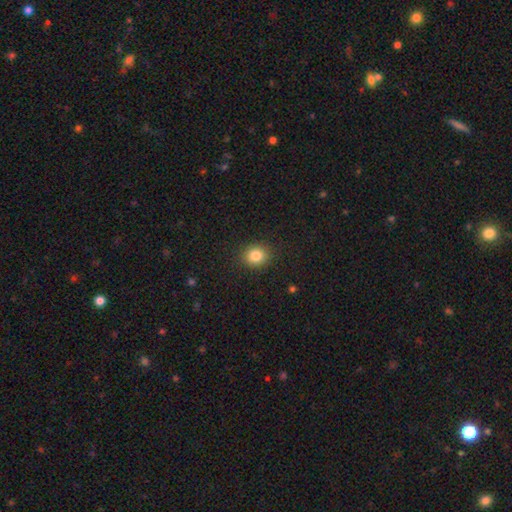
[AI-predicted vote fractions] This appears to be a smooth galaxy with no disk features (84%) that is round (71%). Merging: none (89%).